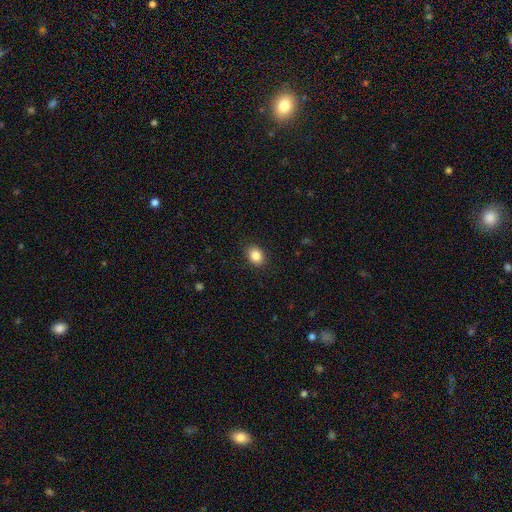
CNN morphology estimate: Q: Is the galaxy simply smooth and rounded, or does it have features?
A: smooth — 86%.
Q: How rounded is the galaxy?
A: in between — 58%.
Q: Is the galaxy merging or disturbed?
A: none — 89%.